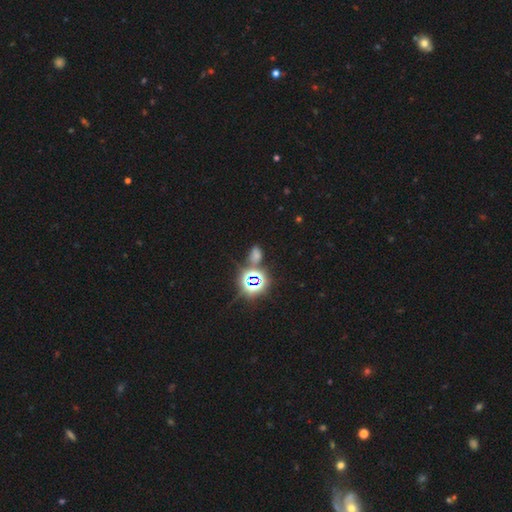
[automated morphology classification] Smooth or featured?
  - star or artifact: 64% *
  - smooth: 27%
  - featured or disk: 9%